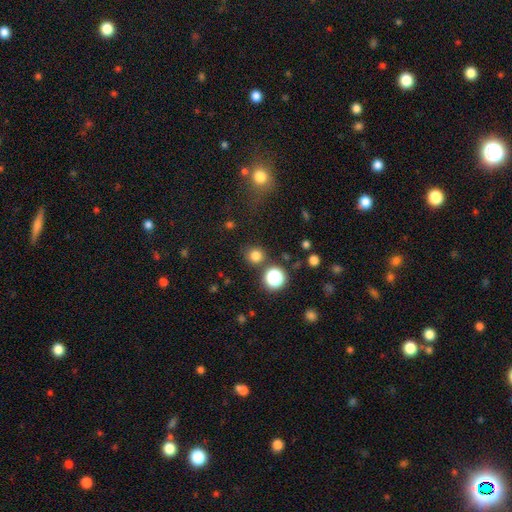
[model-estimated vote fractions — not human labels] Morphology: type=smooth (78%); roundness=round (92%); merging=none (85%).